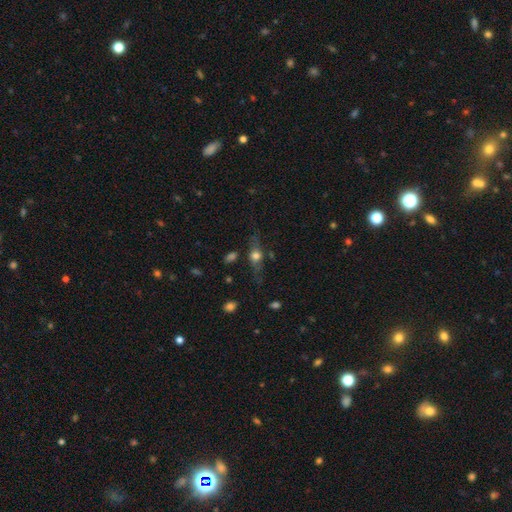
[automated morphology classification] A featured or disk galaxy (47%). Merging: none (67%).